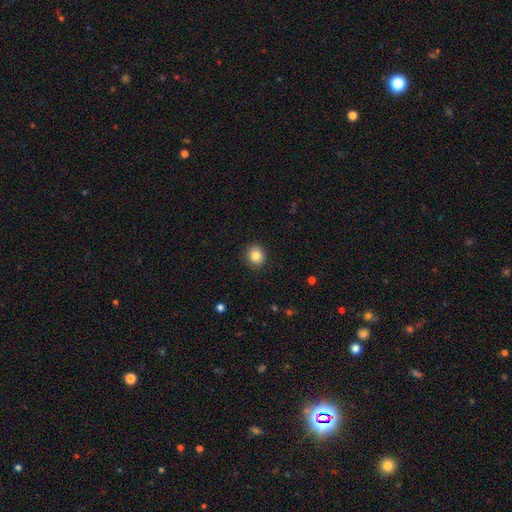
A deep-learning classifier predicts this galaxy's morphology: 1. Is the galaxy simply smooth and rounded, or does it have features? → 84% smooth, 10% star or artifact, 6% featured or disk.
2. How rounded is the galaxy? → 78% round, 21% in between, 1% cigar-shaped.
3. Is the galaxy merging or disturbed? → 90% none, 7% minor disturbance, 2% major disturbance, 1% merger.